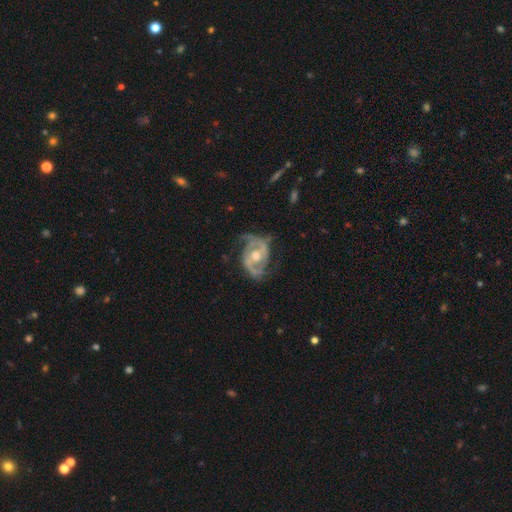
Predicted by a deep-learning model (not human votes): smooth-or-featured: featured or disk: 90% | smooth: 6% | star or artifact: 5%
  disk-edge-on: no: 97% | yes: 3%
    bar: no: 51% | weak: 36% | strong: 13%
    has-spiral-arms: yes: 96% | no: 4%
      spiral-winding: medium: 51% | tight: 29% | loose: 20%
      spiral-arm-count: 2: 85% | 3: 5% | can't tell: 5% | 1: 2% | 4: 2% | more than 4: 2%
    bulge-size: moderate: 76% | small: 14% | large: 9% | none: 1% | dominant: 1%
  merging: none: 67% | minor disturbance: 20% | major disturbance: 11% | merger: 2%